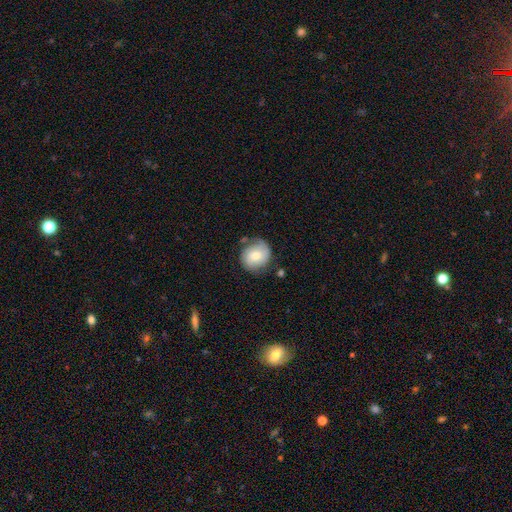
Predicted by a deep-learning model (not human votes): A smooth galaxy with no disk features (48%). Merging: none (64%).